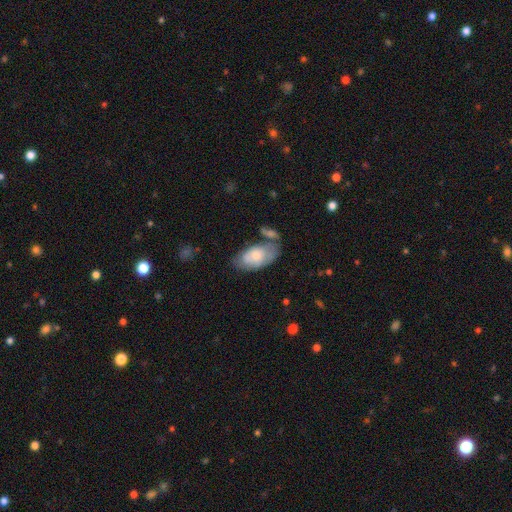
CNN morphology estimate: smooth_or_featured: smooth (p=0.67) [alt: featured or disk p=0.27]
how_rounded: in between (p=0.94) [alt: round p=0.04]
merging: none (p=0.51) [alt: minor disturbance p=0.24]